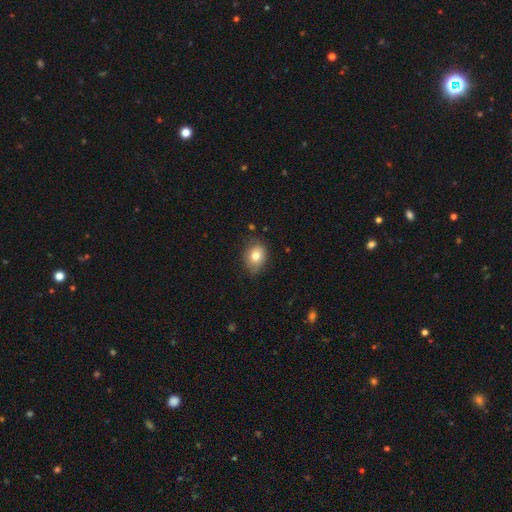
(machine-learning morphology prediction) smooth-or-featured: smooth: 79% | featured or disk: 12% | star or artifact: 9%
  how-rounded: in between: 65% | round: 34% | cigar-shaped: 1%
  merging: none: 75% | minor disturbance: 20% | major disturbance: 3% | merger: 1%